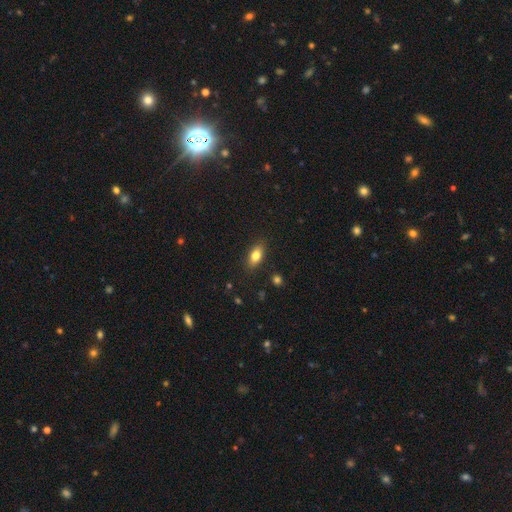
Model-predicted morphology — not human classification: type=smooth (79%); roundness=in between (84%); merging=none (86%).